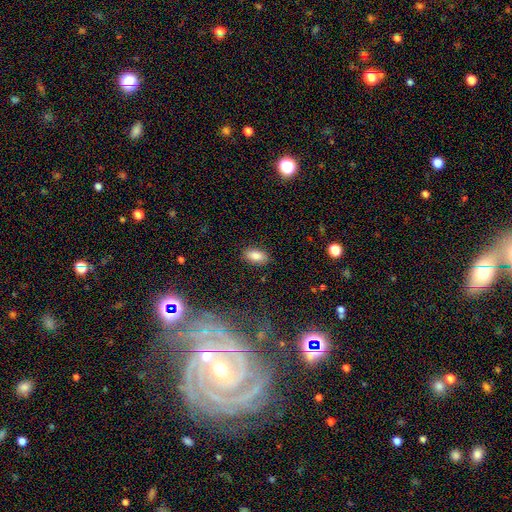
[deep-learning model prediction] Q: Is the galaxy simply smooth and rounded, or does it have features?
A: smooth — 85%.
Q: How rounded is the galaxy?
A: in between — 92%.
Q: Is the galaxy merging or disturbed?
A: none — 87%.